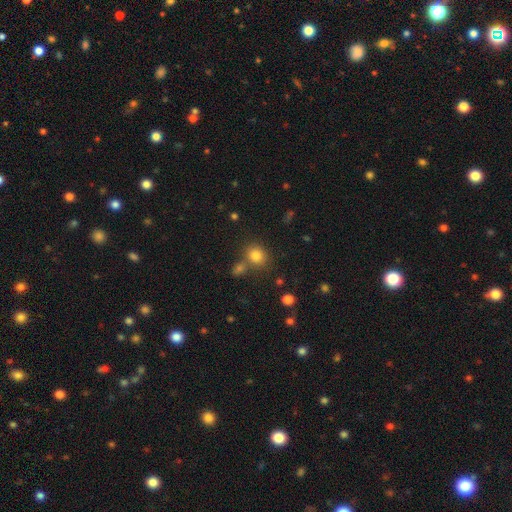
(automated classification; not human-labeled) smooth 80%, star or artifact 13%, featured or disk 7%. Down the decision tree: how rounded — round (72%); merging — none (66%).